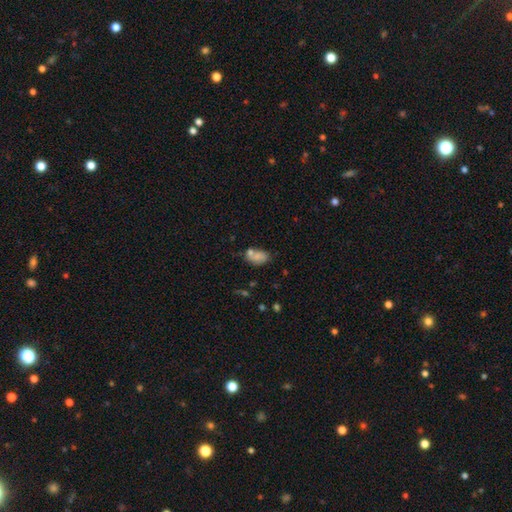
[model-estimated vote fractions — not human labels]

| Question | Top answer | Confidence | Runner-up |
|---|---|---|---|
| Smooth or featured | smooth | 67% | featured or disk (23%) |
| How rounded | in between | 85% | round (13%) |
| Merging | none | 44% | merger (27%) |